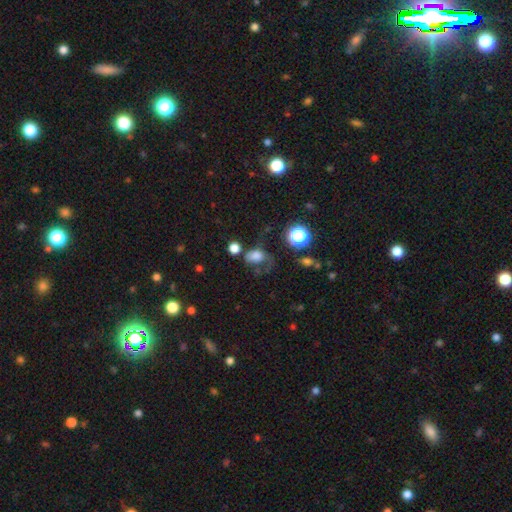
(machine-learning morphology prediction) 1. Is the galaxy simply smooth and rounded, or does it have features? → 61% smooth, 23% featured or disk, 16% star or artifact.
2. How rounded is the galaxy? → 55% in between, 43% round, 1% cigar-shaped.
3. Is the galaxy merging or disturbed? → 41% major disturbance, 28% none, 21% minor disturbance, 10% merger.